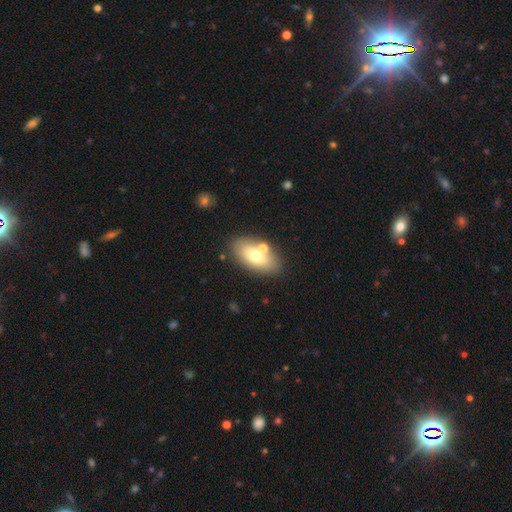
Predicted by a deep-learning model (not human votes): Morphology: type=smooth (67%); roundness=in between (90%); merging=none (71%).